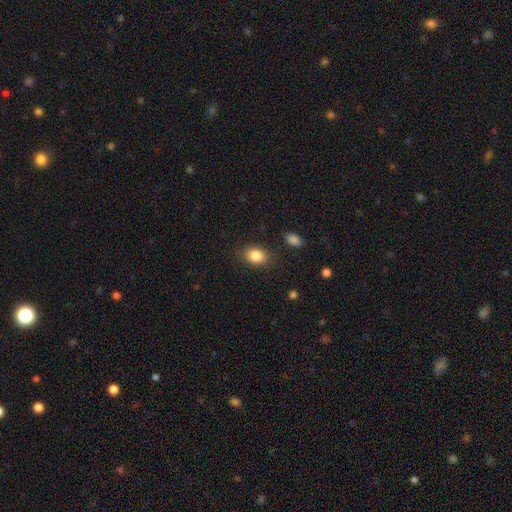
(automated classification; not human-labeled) smooth 85%, star or artifact 9%, featured or disk 6%. Down the decision tree: how rounded — in between (69%); merging — none (83%).